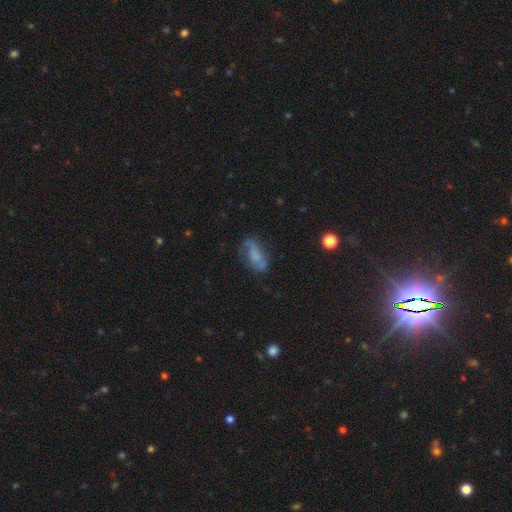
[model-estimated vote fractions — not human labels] This is possibly a smooth galaxy (53%). How rounded: likely in between (78%). Merging: possibly none (56%).